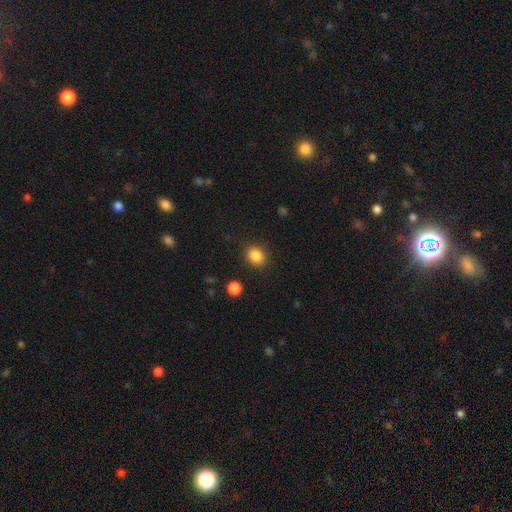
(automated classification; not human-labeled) Smooth or featured: smooth — 86% (star or artifact — 10%)
How rounded: round — 66% (in between — 33%)
Merging: none — 89% (minor disturbance — 7%)